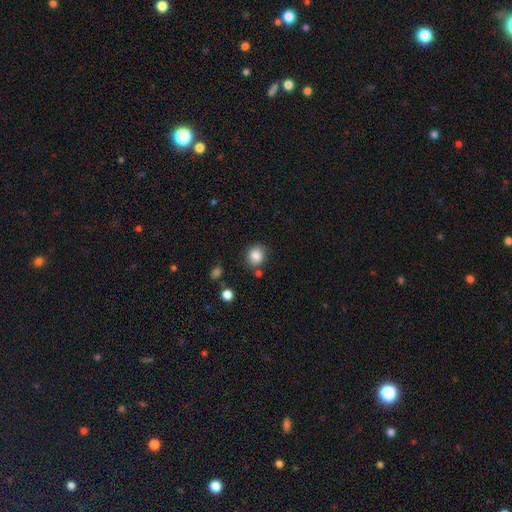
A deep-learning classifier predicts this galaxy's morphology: Smooth or featured? smooth (85%)
How rounded? round (75%)
Merging? none (79%)